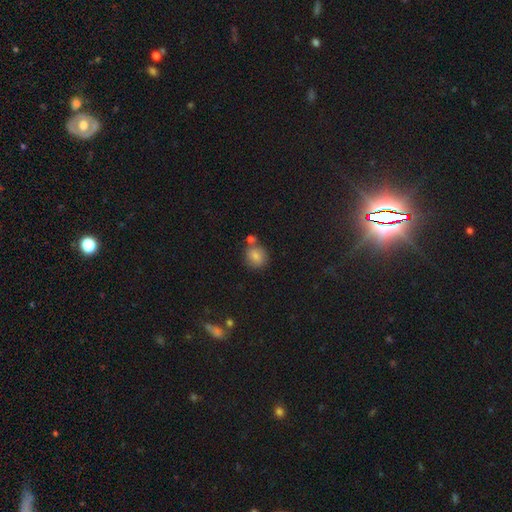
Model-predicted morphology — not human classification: Smooth or featured: smooth — 82% (star or artifact — 11%)
How rounded: round — 77% (in between — 22%)
Merging: none — 67% (merger — 18%)